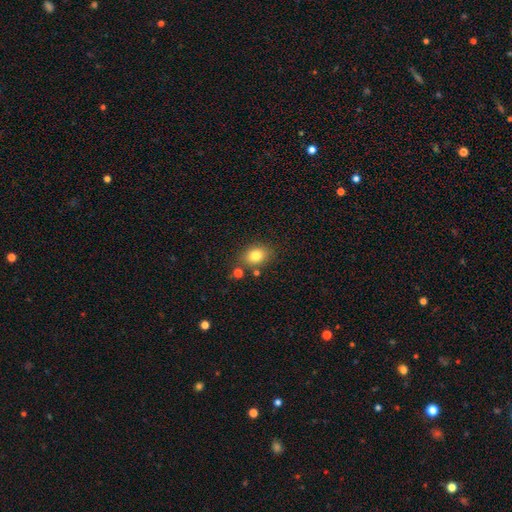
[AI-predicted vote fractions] This appears to be a smooth galaxy with no disk features (81%) that is in between round and cigar-shaped (65%). Merging: none (76%).